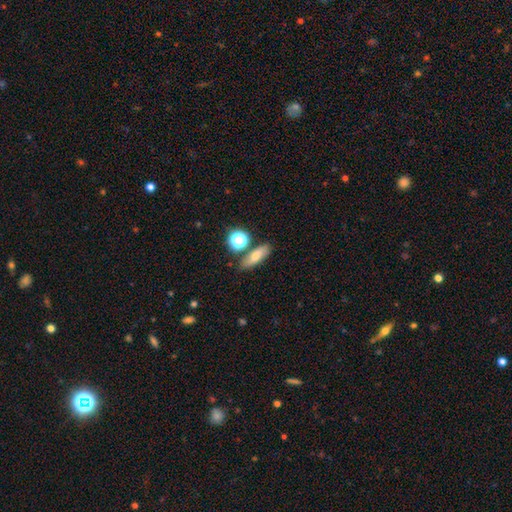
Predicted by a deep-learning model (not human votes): Smooth or featured? Predicted: smooth (p=0.64). How rounded? Predicted: in between (p=0.52). Merging? Predicted: none (p=0.76).